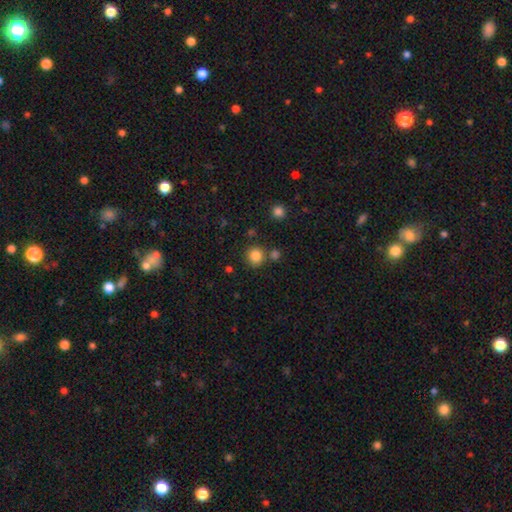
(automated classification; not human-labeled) This is clearly a smooth galaxy (83%). How rounded: clearly round (91%). Merging: likely none (77%).